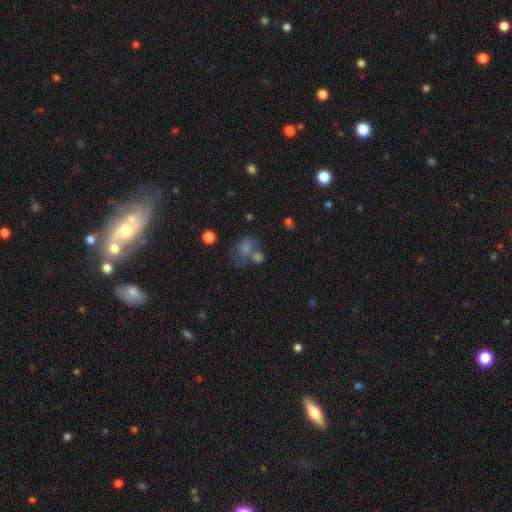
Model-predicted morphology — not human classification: A smooth galaxy with no disk features (52%) that is round (53%).

Vote fractions:
- Smooth or featured? smooth: 52% / star or artifact: 30% / featured or disk: 18%
- How rounded? round: 53% / in between: 45% / cigar-shaped: 2%
- Merging? none: 43% / merger: 31% / minor disturbance: 14% / major disturbance: 12%